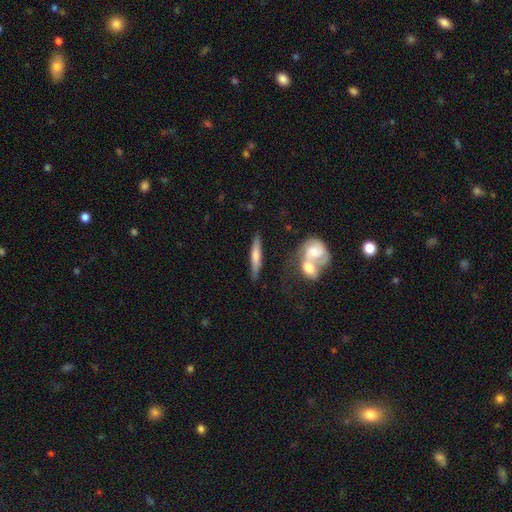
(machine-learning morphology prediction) This is possibly a smooth galaxy (58%). How rounded: clearly cigar-shaped (87%). Merging: likely none (70%).